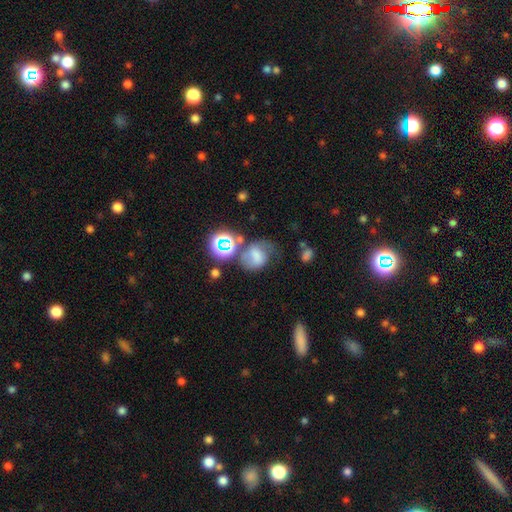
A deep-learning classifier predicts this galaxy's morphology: Smooth or featured?
  - smooth: 53% *
  - featured or disk: 26%
  - star or artifact: 21%
How rounded?
  - round: 52% *
  - in between: 46%
  - cigar-shaped: 1%
Merging?
  - none: 38% *
  - minor disturbance: 25%
  - major disturbance: 22%
  - merger: 15%